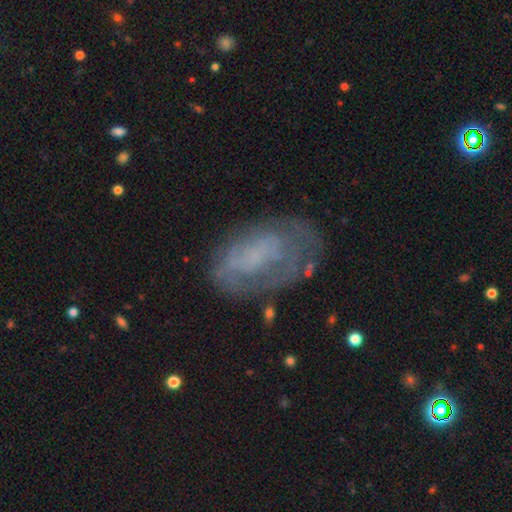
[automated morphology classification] Smooth or featured? featured or disk (51%)
Edge-on disk? no (95%)
Merging? none (55%)